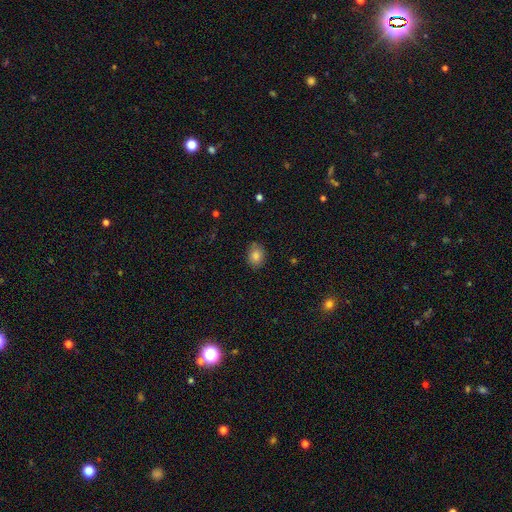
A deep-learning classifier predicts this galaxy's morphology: Overall: smooth (83%). How rounded: in between (52%; round 47%). Merging: none (83%).